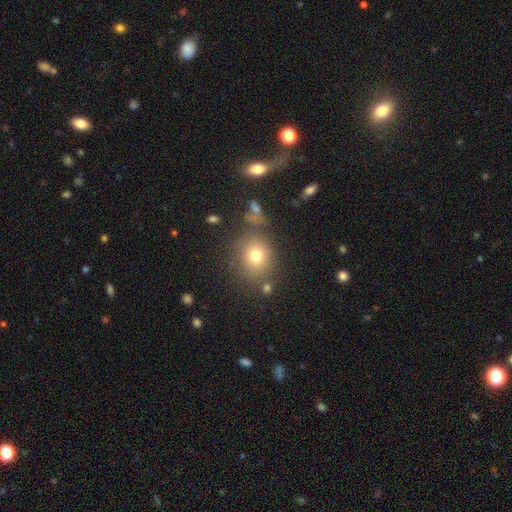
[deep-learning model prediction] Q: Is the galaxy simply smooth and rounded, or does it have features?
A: smooth — 74%.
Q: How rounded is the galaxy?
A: round — 76%.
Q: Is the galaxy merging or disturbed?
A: none — 74%.